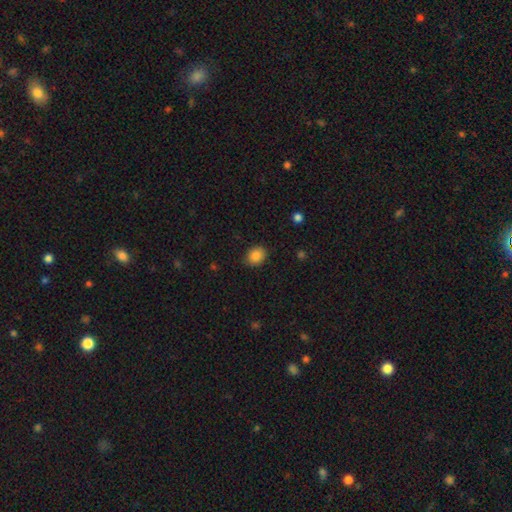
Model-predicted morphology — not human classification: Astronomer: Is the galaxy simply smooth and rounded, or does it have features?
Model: smooth — 85%.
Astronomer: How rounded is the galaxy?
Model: round — 54% (runner-up: in between, 45%).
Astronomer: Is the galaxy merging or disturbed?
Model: none — 87%.